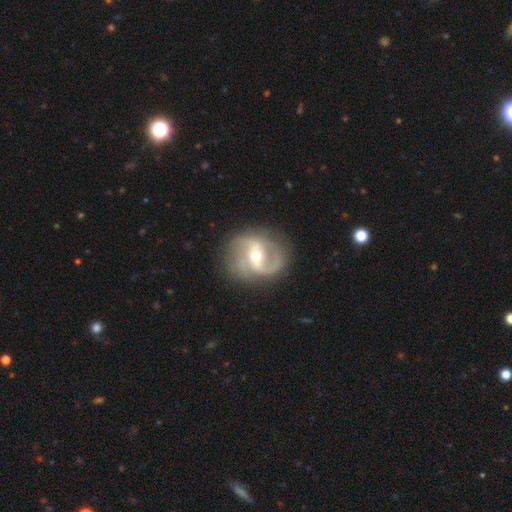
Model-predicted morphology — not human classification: smooth_or_featured: featured or disk (p=0.87) [alt: smooth p=0.08]
disk_edge_on: no (p=0.97) [alt: yes p=0.03]
bar: weak (p=0.42) [alt: strong p=0.41]
has_spiral_arms: yes (p=0.94) [alt: no p=0.06]
spiral_winding: medium (p=0.49) [alt: loose p=0.32]
spiral_arm_count: 2 (p=0.82) [alt: can't tell p=0.05]
bulge_size: moderate (p=0.57) [alt: small p=0.39]
merging: none (p=0.78) [alt: minor disturbance p=0.14]